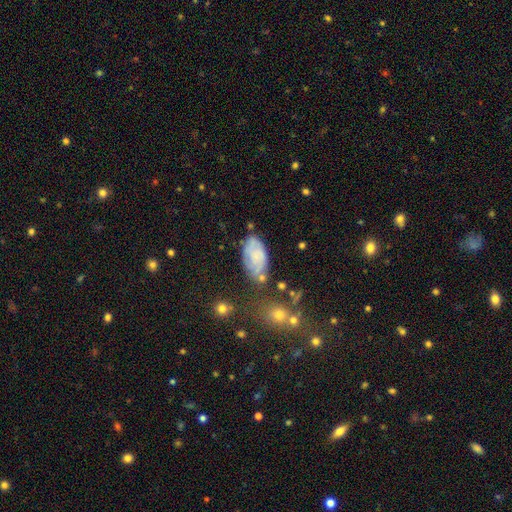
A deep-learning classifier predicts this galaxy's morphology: Overall: smooth (45%; featured or disk 44%). Merging: none (59%; minor disturbance 24%).